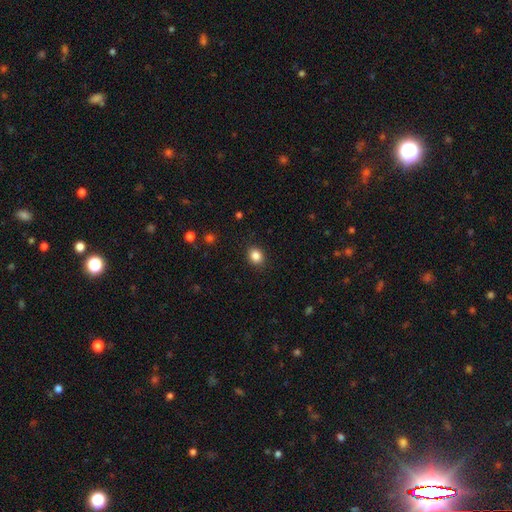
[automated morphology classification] Smooth or featured? smooth (86%)
How rounded? round (62%)
Merging? none (90%)